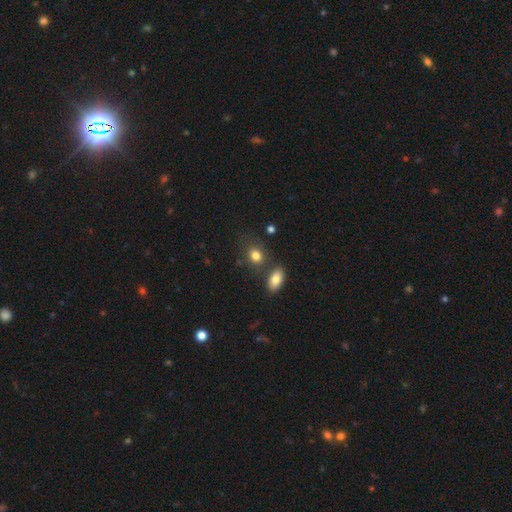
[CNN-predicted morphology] smooth-or-featured: smooth: 82% | star or artifact: 10% | featured or disk: 8%
  how-rounded: in between: 52% | round: 46% | cigar-shaped: 2%
  merging: none: 64% | merger: 16% | minor disturbance: 15% | major disturbance: 5%